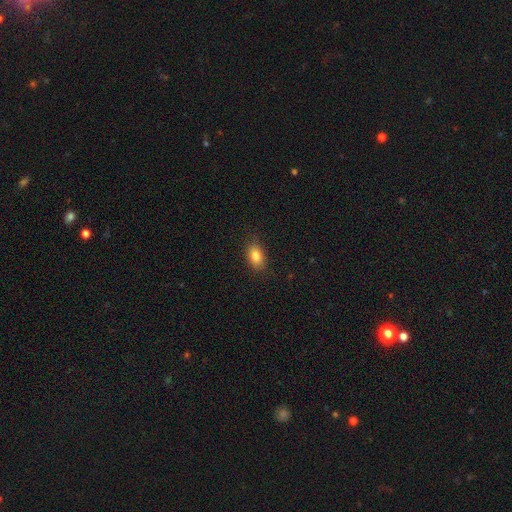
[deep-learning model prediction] smooth 86%, star or artifact 8%, featured or disk 6%. Down the decision tree: how rounded — in between (88%); merging — none (83%).